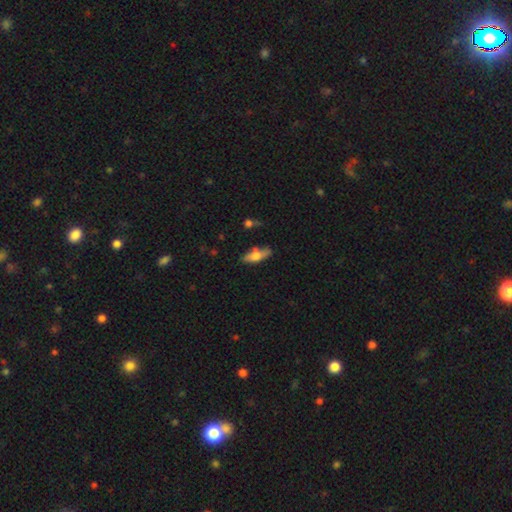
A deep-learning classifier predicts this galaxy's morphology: Smooth or featured: smooth — 60% (featured or disk — 33%)
How rounded: in between — 60% (cigar-shaped — 37%)
Merging: none — 67% (minor disturbance — 22%)